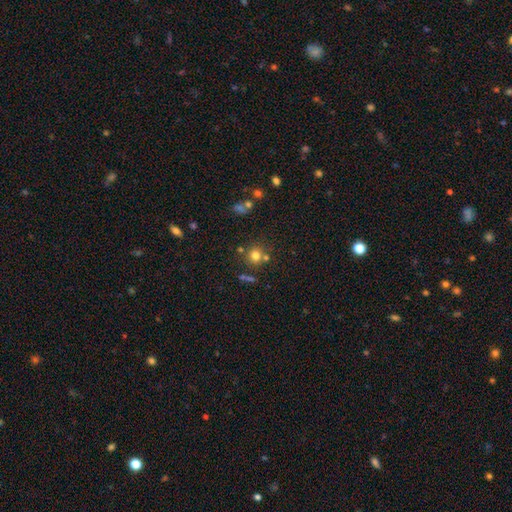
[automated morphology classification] Q: Smooth or featured?
A: smooth (73%); runner-up: star or artifact (17%)
Q: How rounded?
A: round (90%); runner-up: in between (9%)
Q: Merging?
A: none (70%); runner-up: merger (16%)